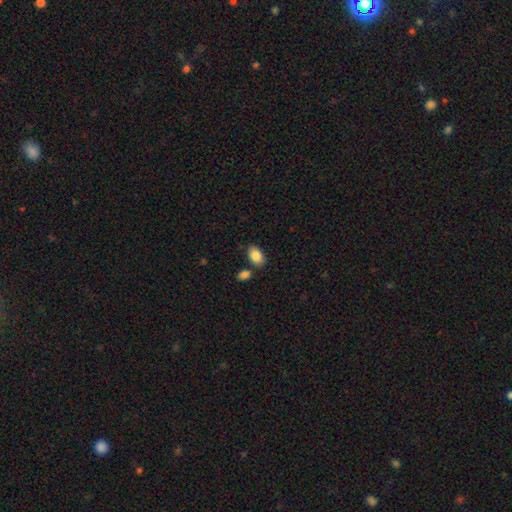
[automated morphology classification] A smooth galaxy with no disk features (86%) that is in between round and cigar-shaped (91%). Merging: none (79%).